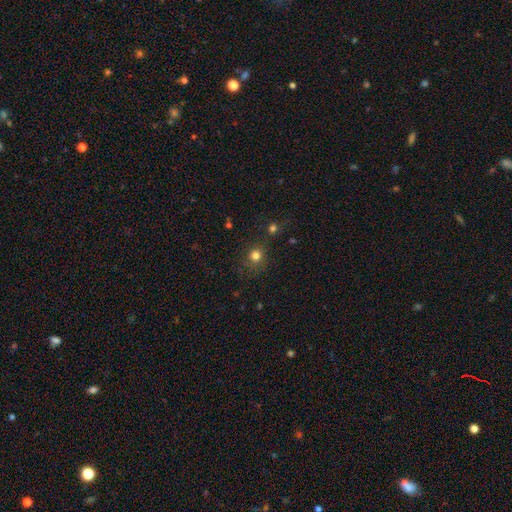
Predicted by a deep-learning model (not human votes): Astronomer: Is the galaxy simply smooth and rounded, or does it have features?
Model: smooth — 77%.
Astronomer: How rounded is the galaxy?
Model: round — 87%.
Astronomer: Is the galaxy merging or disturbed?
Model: none — 75%.